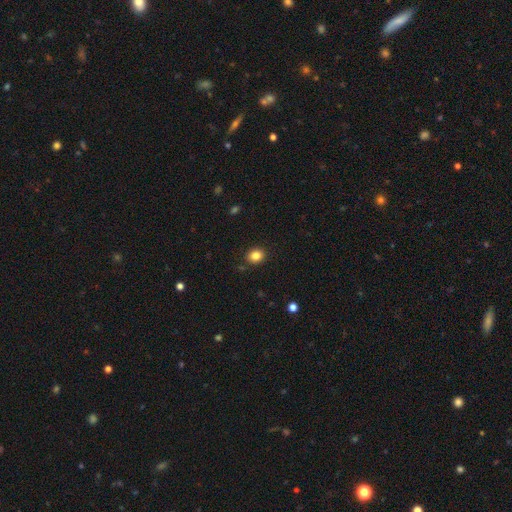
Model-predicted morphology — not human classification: Smooth or featured? Predicted: smooth (p=0.84). How rounded? Predicted: round (p=0.62). Merging? Predicted: none (p=0.88).